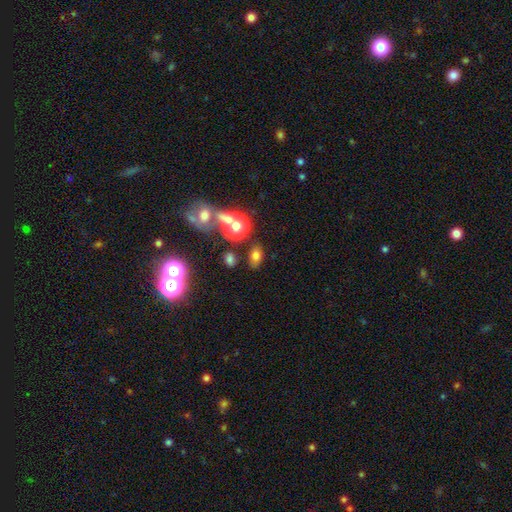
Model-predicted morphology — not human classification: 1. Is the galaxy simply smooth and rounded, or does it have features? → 68% smooth, 21% star or artifact, 11% featured or disk.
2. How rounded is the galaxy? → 80% in between, 18% round, 2% cigar-shaped.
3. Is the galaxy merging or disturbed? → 72% none, 12% minor disturbance, 10% merger, 5% major disturbance.